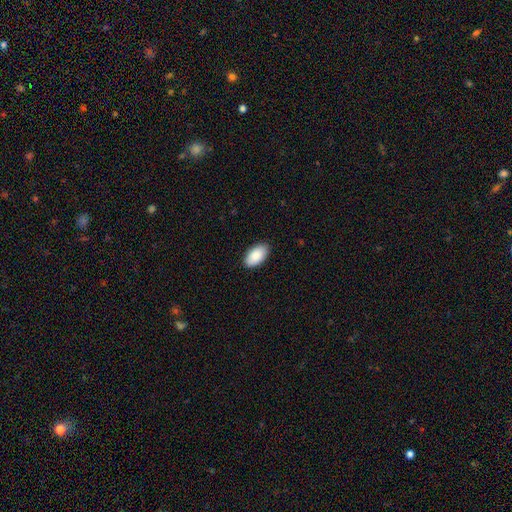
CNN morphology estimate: The model was most divided on "merging": none: 88%, minor disturbance: 9%, major disturbance: 2%, merger: 1%. More confident: how rounded — in between (96%); smooth or featured — smooth (88%).